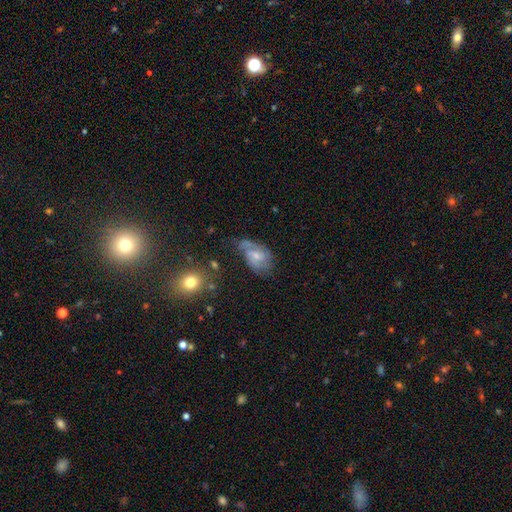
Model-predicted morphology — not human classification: This is possibly a featured or disk galaxy (60%). It is clearly not viewed edge-on (96%). Bar: possibly no (51%). Spiral arm pattern: clearly yes (81%). Central bulge: possibly small (58%). Merging: marginally none (39%).